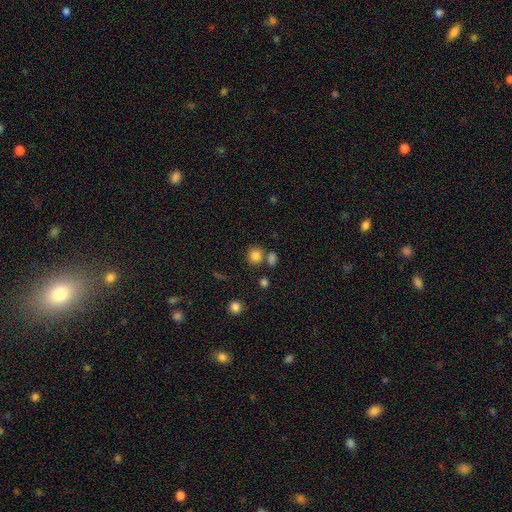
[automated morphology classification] smooth_or_featured: smooth (p=0.82) [alt: star or artifact p=0.12]
how_rounded: round (p=0.82) [alt: in between p=0.17]
merging: none (p=0.67) [alt: merger p=0.19]